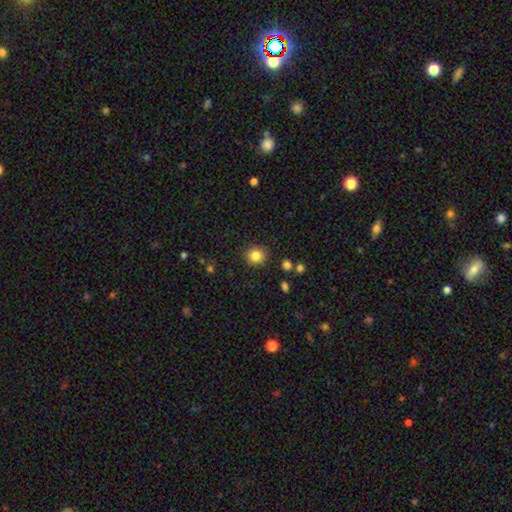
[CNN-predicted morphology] A smooth galaxy with no disk features (84%) that is round (89%).

Vote fractions:
- Smooth or featured? smooth: 84% / star or artifact: 11% / featured or disk: 6%
- How rounded? round: 89% / in between: 10% / cigar-shaped: 1%
- Merging? none: 89% / minor disturbance: 7% / major disturbance: 2% / merger: 2%